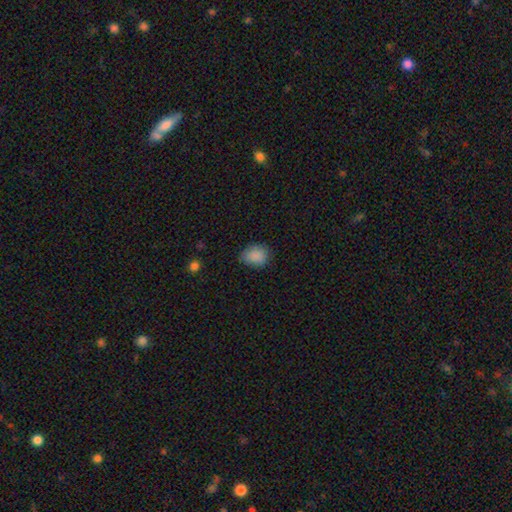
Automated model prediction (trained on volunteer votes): A smooth galaxy with no disk features (87%) that is in between round and cigar-shaped (54%). Merging: none (72%).